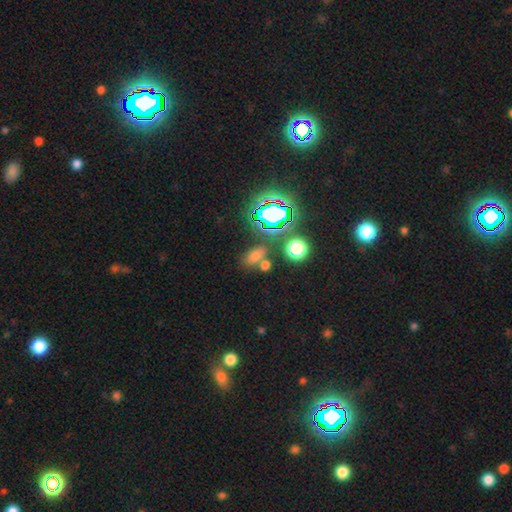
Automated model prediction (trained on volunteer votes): smooth-or-featured: smooth: 52% | star or artifact: 38% | featured or disk: 10%
  how-rounded: in between: 74% | round: 20% | cigar-shaped: 7%
  merging: none: 67% | merger: 16% | minor disturbance: 12% | major disturbance: 5%